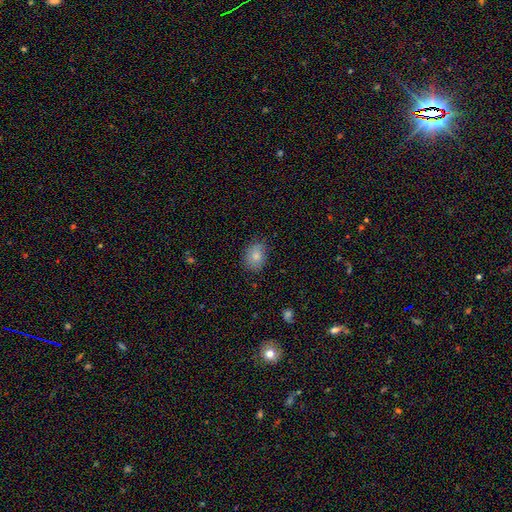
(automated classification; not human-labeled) Smooth or featured? smooth (83%)
How rounded? in between (72%)
Merging? none (77%)